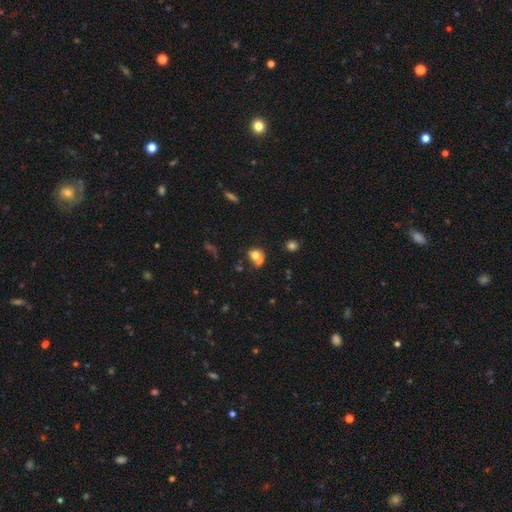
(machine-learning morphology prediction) smooth-or-featured: smooth: 70% | featured or disk: 18% | star or artifact: 12%
  how-rounded: round: 69% | in between: 30% | cigar-shaped: 1%
  merging: merger: 51% | none: 32% | minor disturbance: 10% | major disturbance: 6%